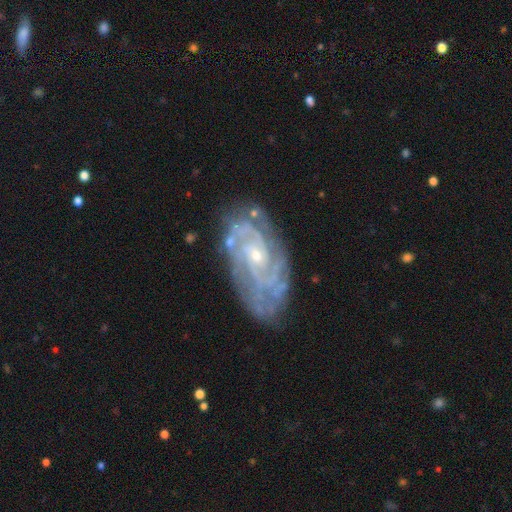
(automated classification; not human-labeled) smooth-or-featured: featured or disk: 88% | smooth: 6% | star or artifact: 6%
  disk-edge-on: no: 96% | yes: 4%
    bar: no: 68% | weak: 26% | strong: 6%
    has-spiral-arms: yes: 97% | no: 3%
      spiral-winding: tight: 69% | medium: 26% | loose: 5%
      spiral-arm-count: can't tell: 27% | 2: 24% | 3: 19% | 4: 16% | more than 4: 7% | 1: 6%
    bulge-size: small: 73% | moderate: 24% | none: 2% | large: 1% | dominant: 1%
  merging: none: 75% | minor disturbance: 18% | major disturbance: 5% | merger: 2%